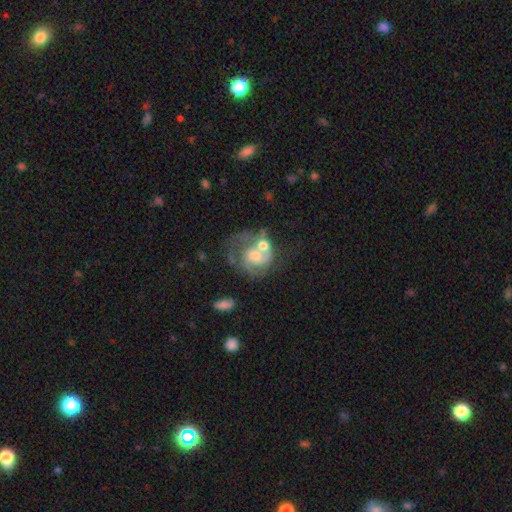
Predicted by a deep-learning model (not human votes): smooth-or-featured: featured or disk: 69% | smooth: 24% | star or artifact: 7%
  disk-edge-on: no: 98% | yes: 2%
    bar: no: 69% | weak: 26% | strong: 5%
    has-spiral-arms: yes: 77% | no: 23%
      spiral-winding: medium: 41% | tight: 36% | loose: 23%
      spiral-arm-count: 2: 44% | 1: 25% | can't tell: 22% | 3: 6% | 4: 2% | more than 4: 2%
    bulge-size: moderate: 53% | small: 22% | large: 16% | none: 7% | dominant: 2%
  merging: merger: 34% | none: 27% | major disturbance: 23% | minor disturbance: 15%